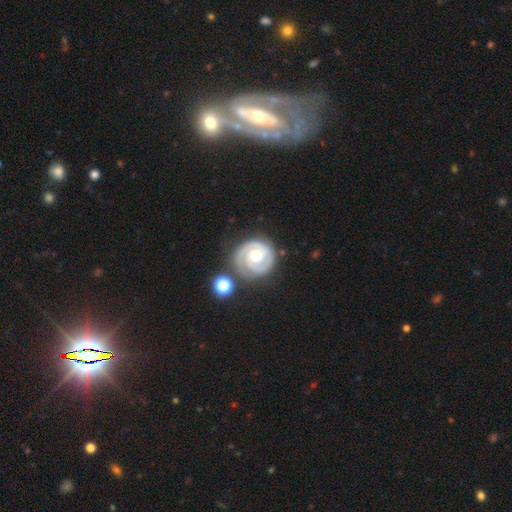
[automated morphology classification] type=featured or disk (87%); edge-on=no (98%); bar=no (61%); spiral arms=yes (97%); winding=tight (76%); arm count=2 (71%); bulge=moderate (71%); merging=none (74%).